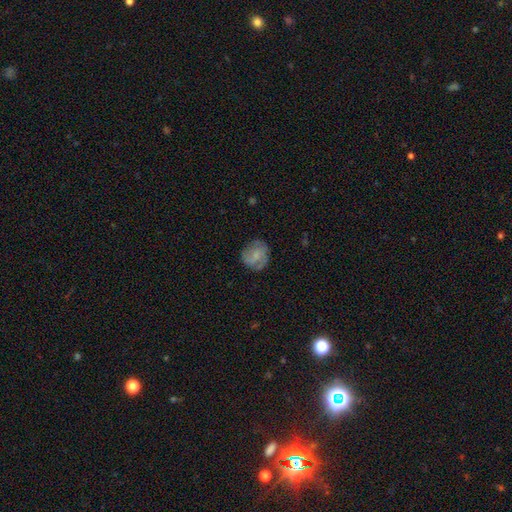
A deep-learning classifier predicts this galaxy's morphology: type=smooth (52%); roundness=round (78%); merging=none (70%).